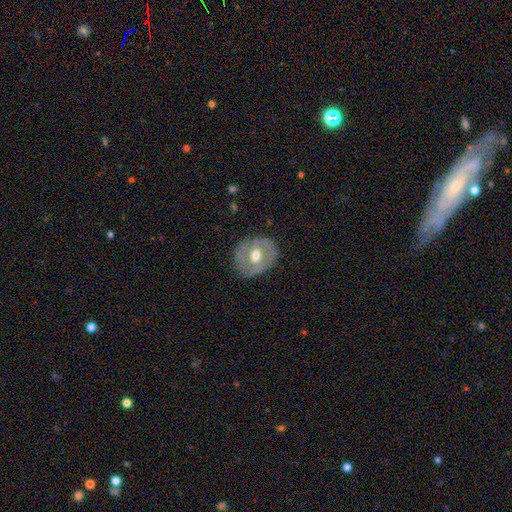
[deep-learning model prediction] smooth-or-featured: featured or disk: 58% | smooth: 36% | star or artifact: 6%
  disk-edge-on: no: 95% | yes: 5%
    bar: no: 60% | weak: 31% | strong: 9%
    has-spiral-arms: no: 63% | yes: 37%
    bulge-size: moderate: 75% | large: 16% | small: 7% | dominant: 1% | none: 1%
  merging: none: 76% | minor disturbance: 17% | major disturbance: 6% | merger: 1%